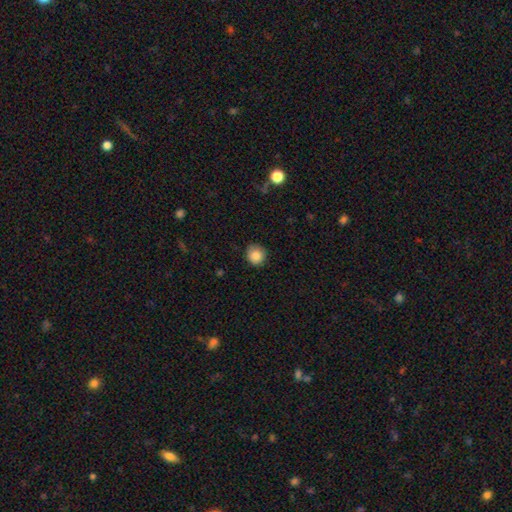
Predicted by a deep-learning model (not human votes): Q: Smooth or featured?
A: smooth (87%); runner-up: star or artifact (10%)
Q: How rounded?
A: round (90%); runner-up: in between (9%)
Q: Merging?
A: none (85%); runner-up: minor disturbance (12%)